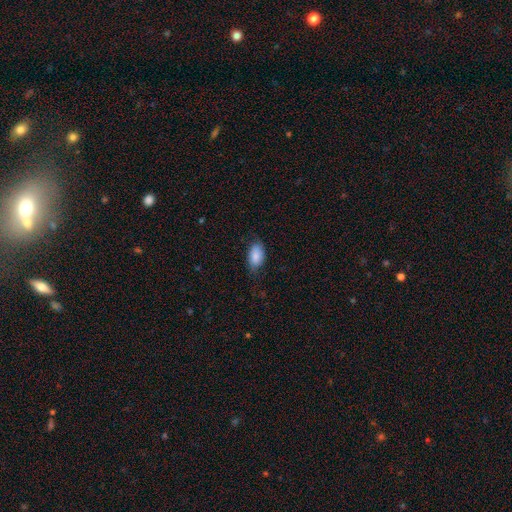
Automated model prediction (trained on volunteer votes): smooth 86%, featured or disk 7%, star or artifact 6%. Down the decision tree: how rounded — in between (93%); merging — none (71%).